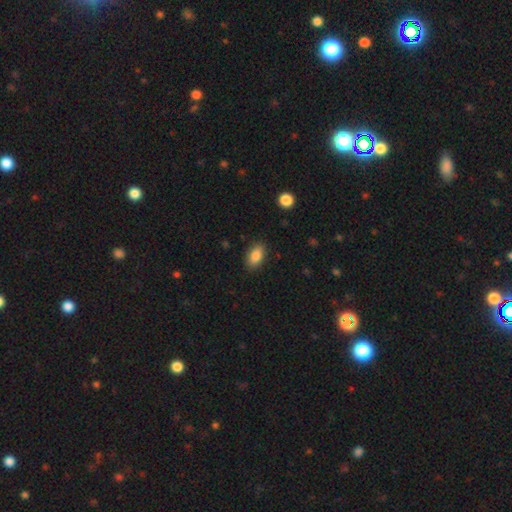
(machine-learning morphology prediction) This appears to be a smooth galaxy with no disk features (86%) that is in between round and cigar-shaped (91%). Merging: none (87%).